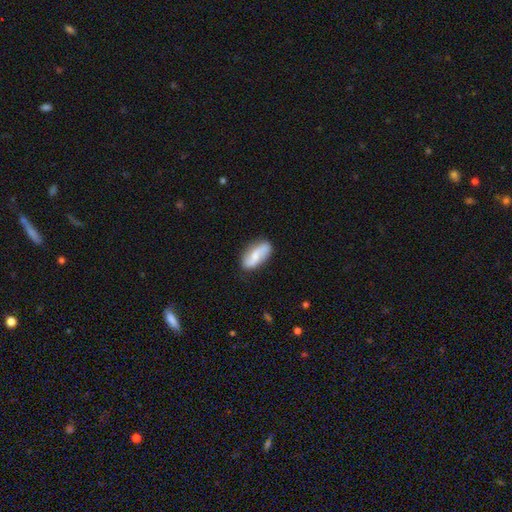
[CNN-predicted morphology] This appears to be a featured or disk galaxy (48%). Merging: none (80%).